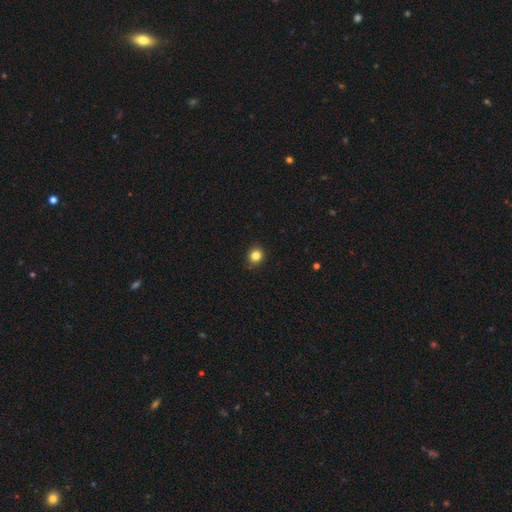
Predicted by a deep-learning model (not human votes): This is clearly a smooth galaxy (84%). How rounded: clearly round (87%). Merging: clearly none (90%).